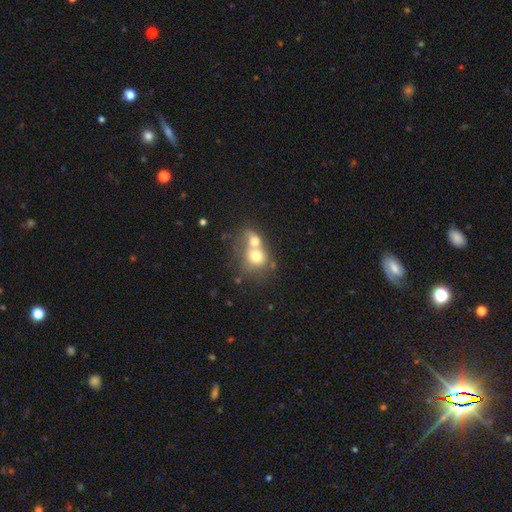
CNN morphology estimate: The model was most divided on "how rounded": round: 67%, in between: 32%, cigar-shaped: 1%. More confident: merging — merger (70%); smooth or featured — smooth (68%).